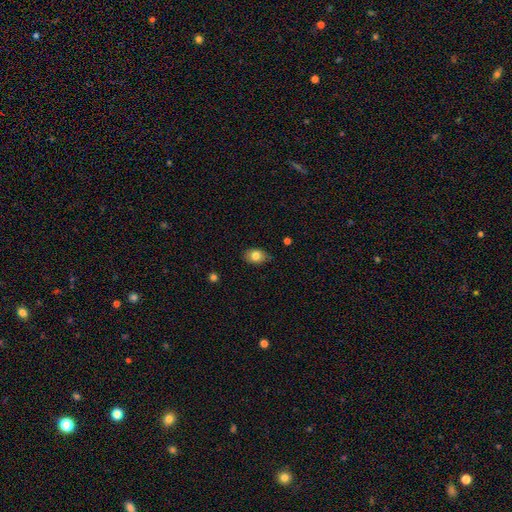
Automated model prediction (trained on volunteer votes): Overall: smooth (81%). How rounded: in between (74%). Merging: none (78%).